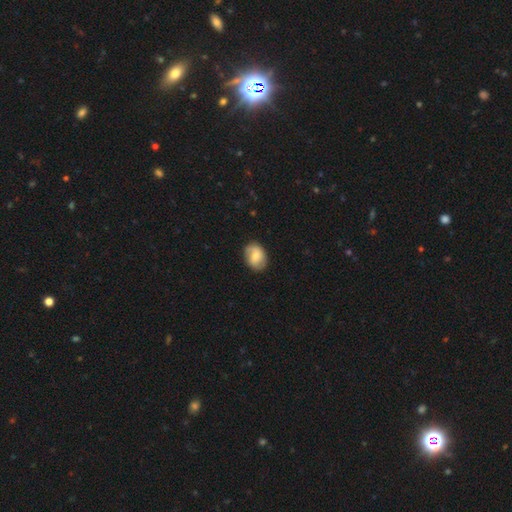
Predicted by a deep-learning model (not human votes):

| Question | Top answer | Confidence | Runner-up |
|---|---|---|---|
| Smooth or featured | smooth | 56% | featured or disk (37%) |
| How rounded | in between | 63% | round (36%) |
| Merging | none | 80% | minor disturbance (16%) |